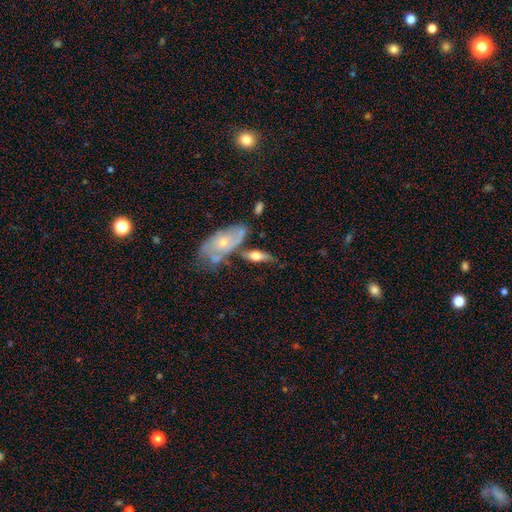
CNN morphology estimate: The model was most divided on "smooth or featured": featured or disk: 50%, smooth: 44%, star or artifact: 6%. Remaining: edge-on disk — yes (66%); merging — none (49%).